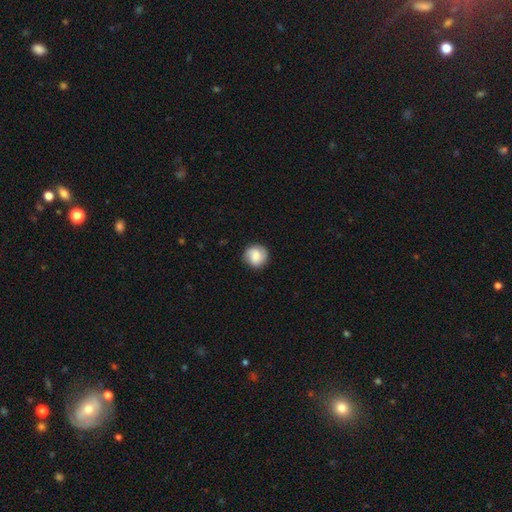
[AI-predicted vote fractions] This appears to be a smooth galaxy with no disk features (68%) that is round (92%). Merging: none (85%).